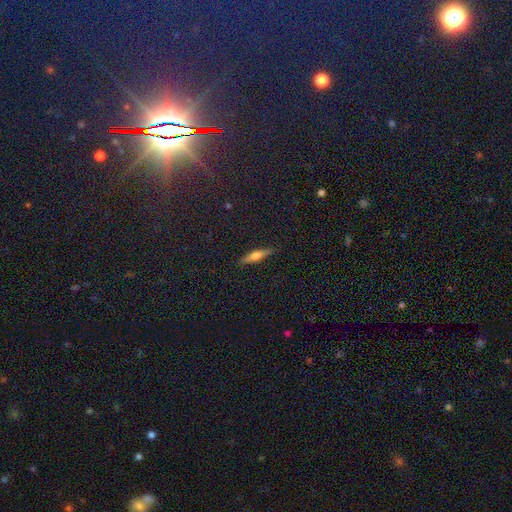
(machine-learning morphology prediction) Smooth or featured?
  - featured or disk: 51% *
  - smooth: 41%
  - star or artifact: 8%
Edge-on disk?
  - yes: 95% *
  - no: 5%
Merging?
  - none: 90% *
  - minor disturbance: 7%
  - major disturbance: 2%
  - merger: 1%